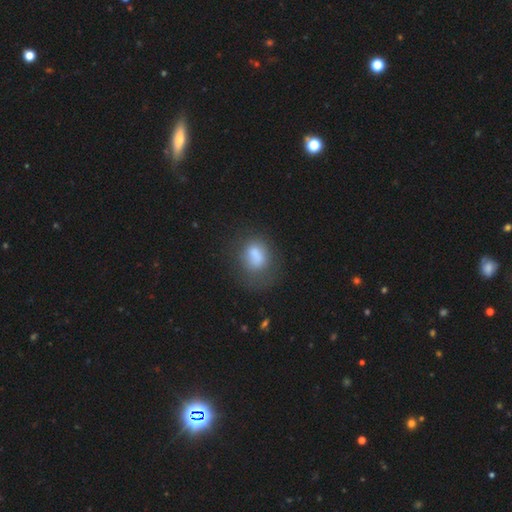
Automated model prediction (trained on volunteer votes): This appears to be a smooth galaxy with no disk features (75%) that is in between round and cigar-shaped (61%). Merging: none (48%).